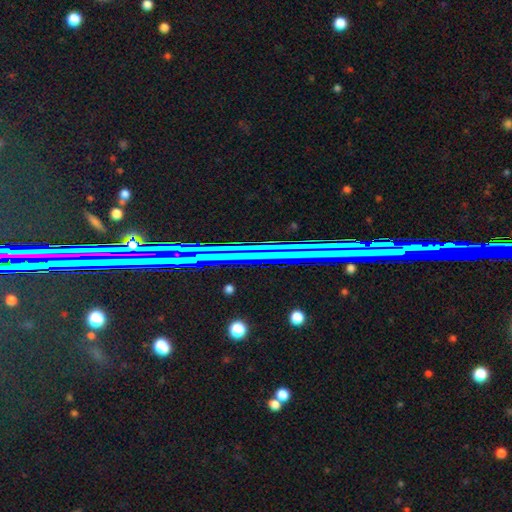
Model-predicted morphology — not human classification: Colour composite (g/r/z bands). It shows a star or artifact, not a galaxy (76%).